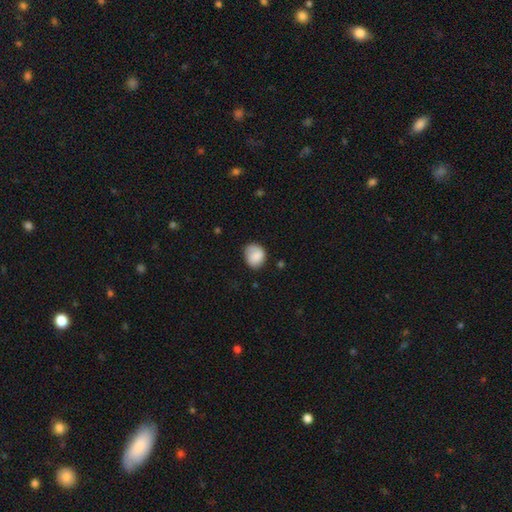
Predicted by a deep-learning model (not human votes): Overall: smooth (84%). How rounded: round (64%; in between 35%). Merging: none (67%).